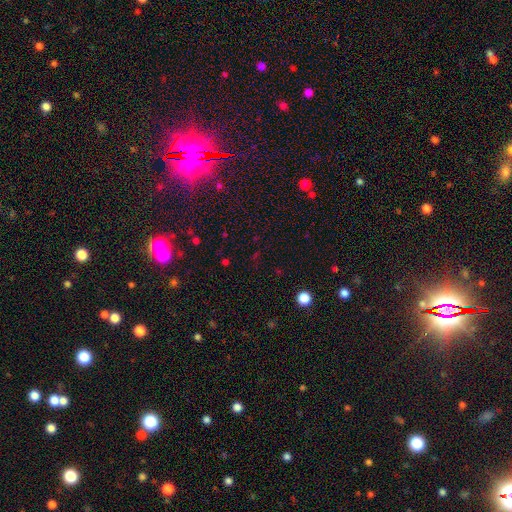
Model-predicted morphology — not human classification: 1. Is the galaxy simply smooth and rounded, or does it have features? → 66% star or artifact, 26% smooth, 8% featured or disk.